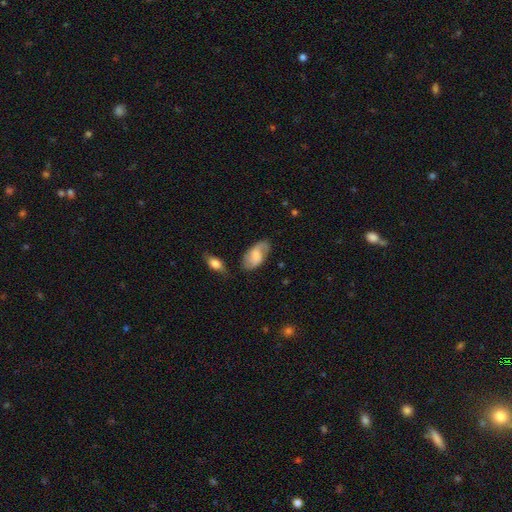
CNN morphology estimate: smooth-or-featured: smooth: 52% | featured or disk: 41% | star or artifact: 7%
  how-rounded: in between: 93% | round: 4% | cigar-shaped: 3%
  merging: none: 66% | minor disturbance: 23% | major disturbance: 7% | merger: 4%